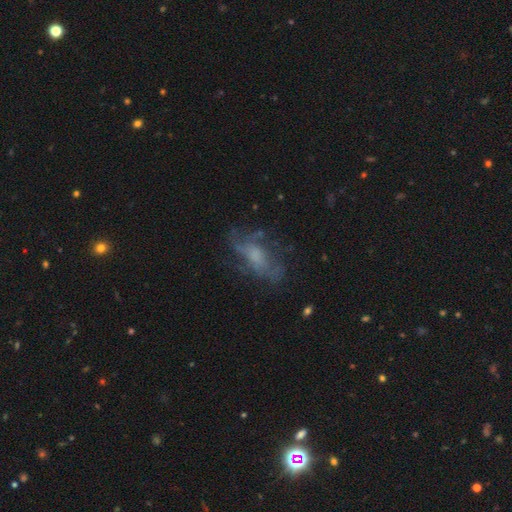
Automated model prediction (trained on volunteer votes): Smooth or featured? Predicted: featured or disk (p=0.58). Edge-on disk? Predicted: no (p=0.88). Bar? Predicted: no (p=0.72). Spiral arms? Predicted: yes (p=0.56). Bulge size? Predicted: moderate (p=0.36). Merging? Predicted: none (p=0.55).